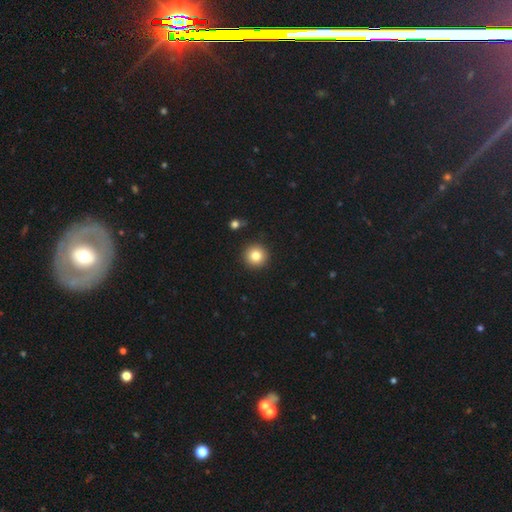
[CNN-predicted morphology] A smooth galaxy with no disk features (82%) that is round (95%). Merging: none (92%).